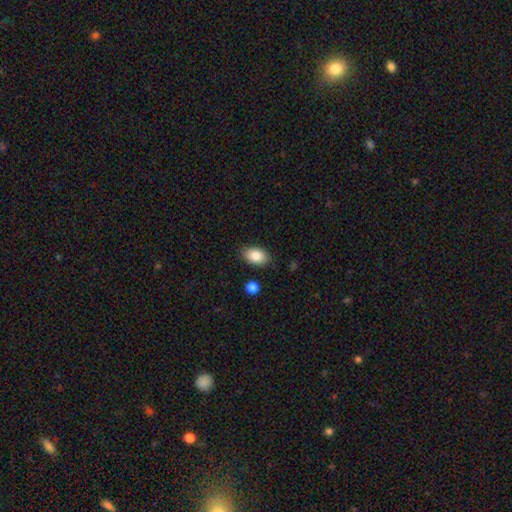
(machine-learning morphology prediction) smooth_or_featured: smooth (p=0.87) [alt: star or artifact p=0.07]
how_rounded: in between (p=0.89) [alt: round p=0.09]
merging: none (p=0.85) [alt: minor disturbance p=0.11]